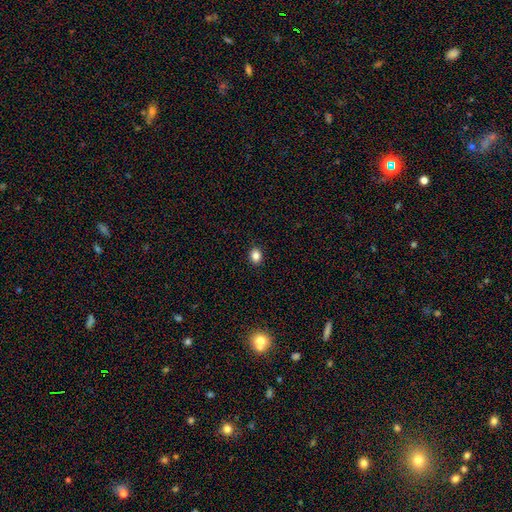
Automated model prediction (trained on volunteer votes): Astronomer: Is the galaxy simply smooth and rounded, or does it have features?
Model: smooth — 85%.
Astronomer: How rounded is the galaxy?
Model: round — 52% (runner-up: in between, 47%).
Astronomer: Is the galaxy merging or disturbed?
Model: none — 91%.